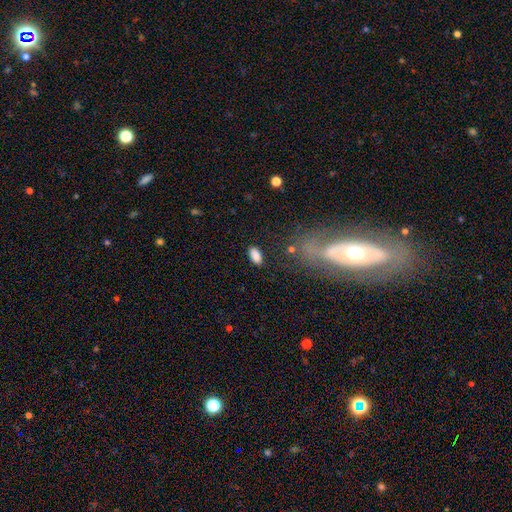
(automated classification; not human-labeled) Smooth or featured? smooth (86%)
How rounded? in between (92%)
Merging? none (82%)